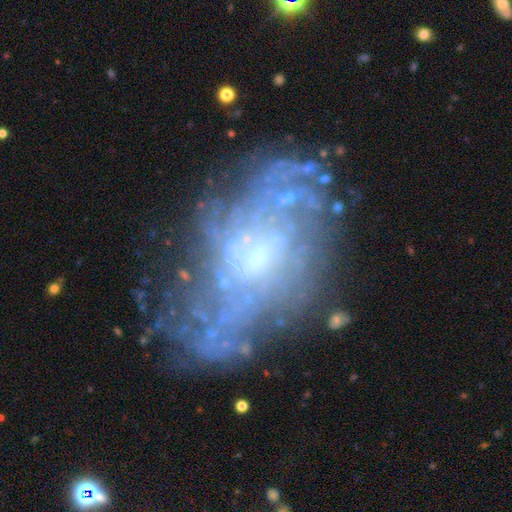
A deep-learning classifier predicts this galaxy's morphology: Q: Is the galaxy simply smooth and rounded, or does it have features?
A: featured or disk — 79%.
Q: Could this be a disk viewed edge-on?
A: no — 96%.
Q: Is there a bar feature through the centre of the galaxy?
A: no — 50%.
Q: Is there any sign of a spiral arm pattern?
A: yes — 76%.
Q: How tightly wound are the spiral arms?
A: tight — 49%.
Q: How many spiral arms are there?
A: can't tell — 59%.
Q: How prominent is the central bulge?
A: small — 56%.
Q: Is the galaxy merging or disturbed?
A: none — 55%.